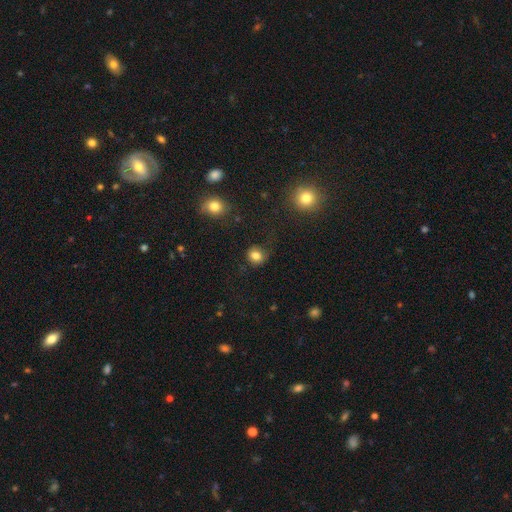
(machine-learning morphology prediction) Overall: smooth (81%). How rounded: round (78%). Merging: none (67%).